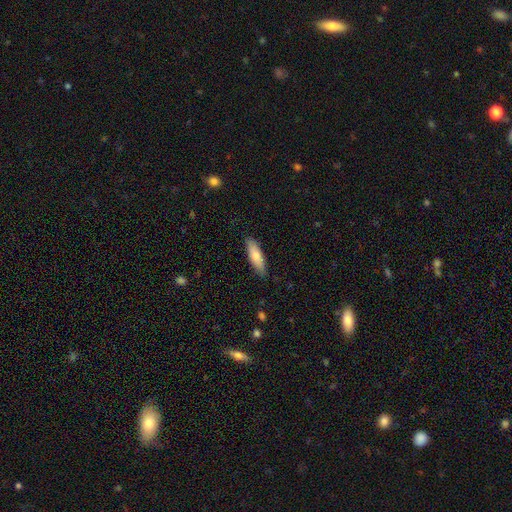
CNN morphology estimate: Overall: smooth (75%). How rounded: cigar-shaped (55%; in between 43%). Merging: none (87%).